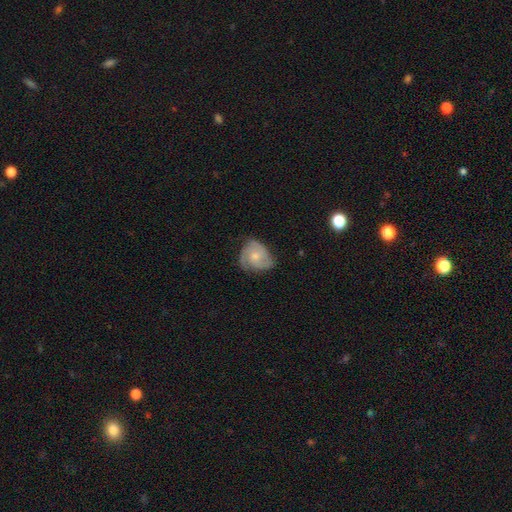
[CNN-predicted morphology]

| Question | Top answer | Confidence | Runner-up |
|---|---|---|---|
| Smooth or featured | featured or disk | 70% | smooth (24%) |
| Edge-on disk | no | 98% | yes (2%) |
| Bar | no | 76% | weak (21%) |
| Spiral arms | yes | 92% | no (8%) |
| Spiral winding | tight | 46% | medium (42%) |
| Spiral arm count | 2 | 41% | 3 (33%) |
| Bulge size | small | 52% | moderate (40%) |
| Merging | none | 58% | minor disturbance (29%) |